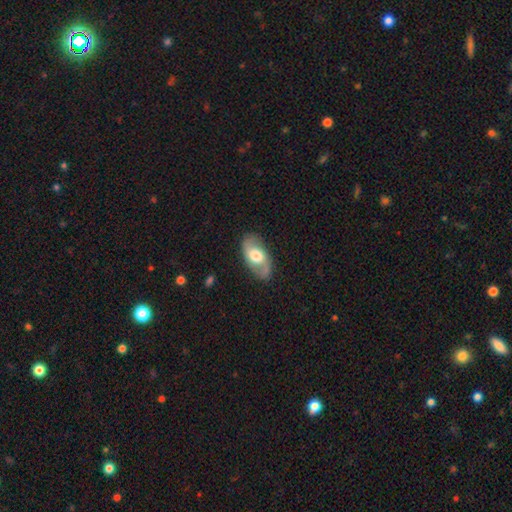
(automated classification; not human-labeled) A featured or disk galaxy (60%) with no bar (63%), spiral arms (73%) and a moderate central bulge (60%).

Vote fractions:
- Smooth or featured? featured or disk: 60% / smooth: 35% / star or artifact: 5%
- Edge-on disk? no: 92% / yes: 8%
- Bar? no: 63% / weak: 29% / strong: 8%
- Spiral arms? yes: 73% / no: 27%
- Bulge size? moderate: 60% / large: 30% / small: 6% / dominant: 2% / none: 1%
- Merging? none: 82% / minor disturbance: 13% / major disturbance: 4% / merger: 1%